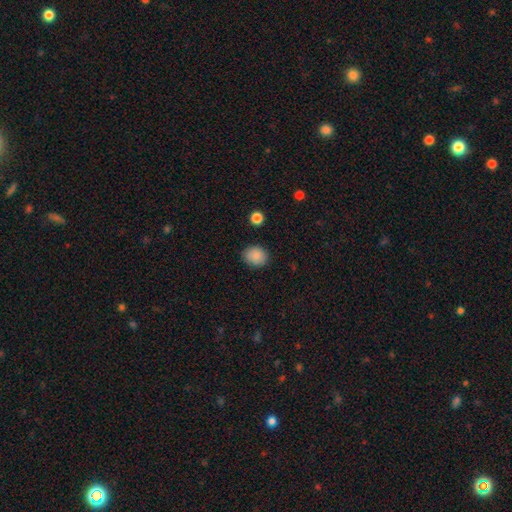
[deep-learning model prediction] Smooth or featured? smooth (88%)
How rounded? round (66%)
Merging? none (85%)